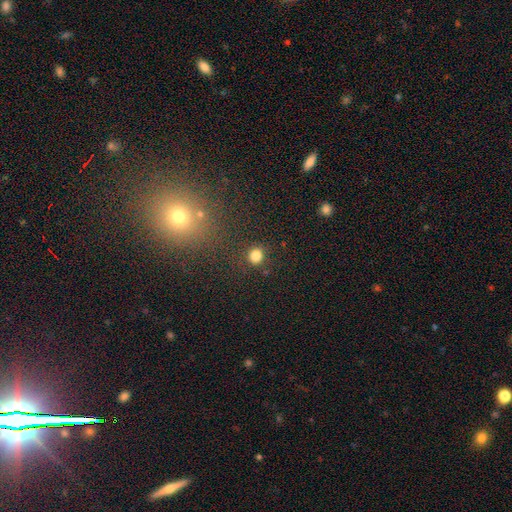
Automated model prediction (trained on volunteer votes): smooth_or_featured: smooth (p=0.82) [alt: star or artifact p=0.14]
how_rounded: round (p=0.87) [alt: in between p=0.12]
merging: none (p=0.86) [alt: minor disturbance p=0.08]